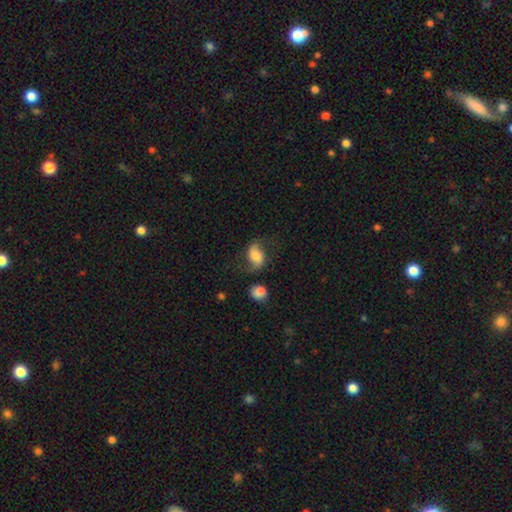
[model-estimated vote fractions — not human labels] Smooth or featured?
  - smooth: 47% *
  - featured or disk: 44%
  - star or artifact: 9%
Merging?
  - none: 58% *
  - minor disturbance: 22%
  - major disturbance: 14%
  - merger: 6%